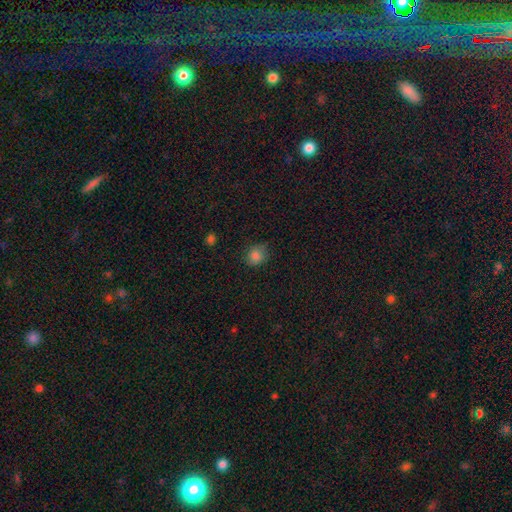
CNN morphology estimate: This is clearly a smooth galaxy (82%). How rounded: likely round (66%). Merging: likely none (75%).